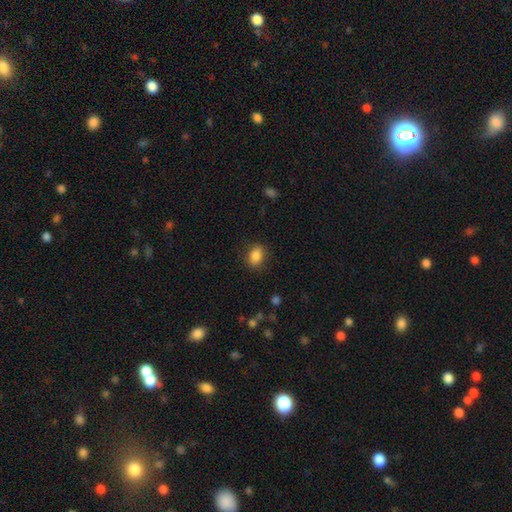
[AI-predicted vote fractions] smooth-or-featured: smooth: 86% | star or artifact: 9% | featured or disk: 5%
  how-rounded: in between: 74% | round: 24% | cigar-shaped: 2%
  merging: none: 84% | minor disturbance: 12% | major disturbance: 3% | merger: 1%